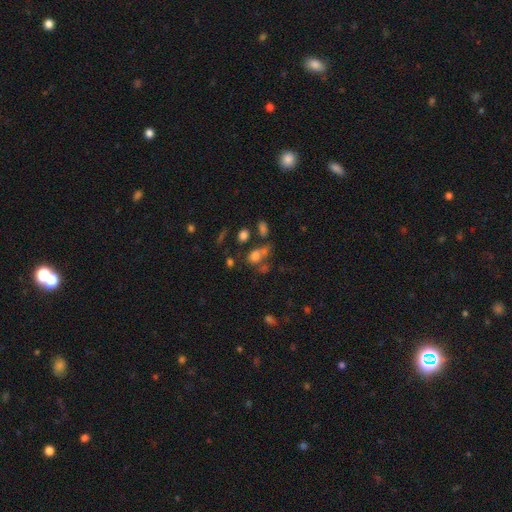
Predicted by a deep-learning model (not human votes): Smooth or featured? Predicted: smooth (p=0.68). How rounded? Predicted: in between (p=0.57). Merging? Predicted: none (p=0.45).